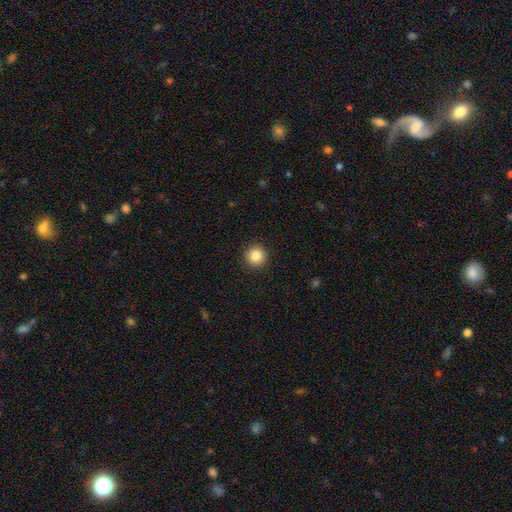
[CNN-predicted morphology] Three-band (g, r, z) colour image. It shows a smooth galaxy with no disk features (85%) that is round (96%). Merging: none (93%).